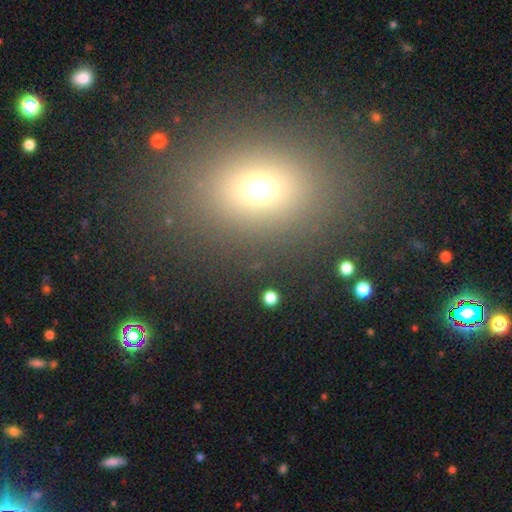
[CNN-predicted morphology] A smooth galaxy with no disk features (61%) that is in between round and cigar-shaped (50%). Merging: none (86%).